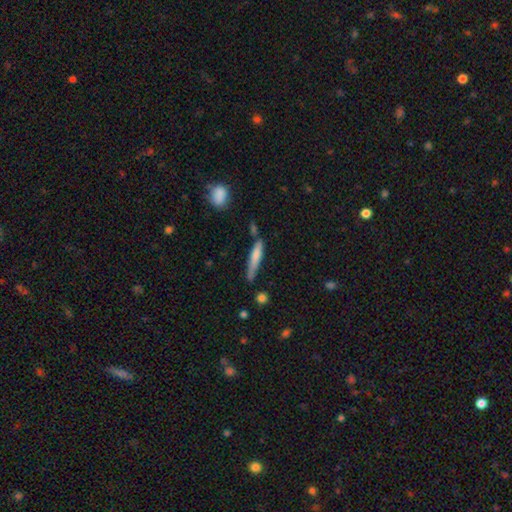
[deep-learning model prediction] Q: Smooth or featured?
A: smooth (70%); runner-up: featured or disk (24%)
Q: How rounded?
A: cigar-shaped (89%); runner-up: in between (10%)
Q: Merging?
A: none (57%); runner-up: minor disturbance (27%)